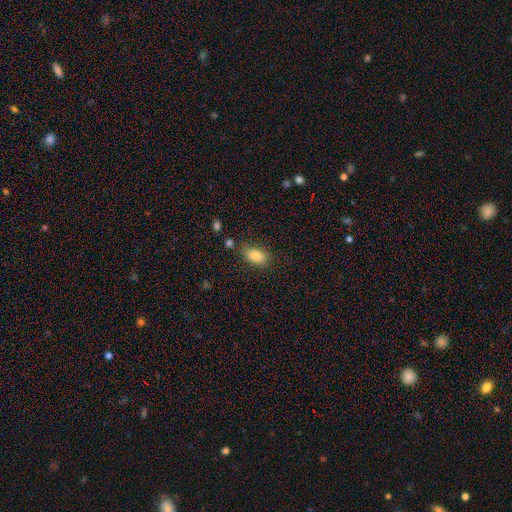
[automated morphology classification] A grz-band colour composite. It shows a smooth galaxy with no disk features (86%) that is in between round and cigar-shaped (90%). Merging: none (76%).